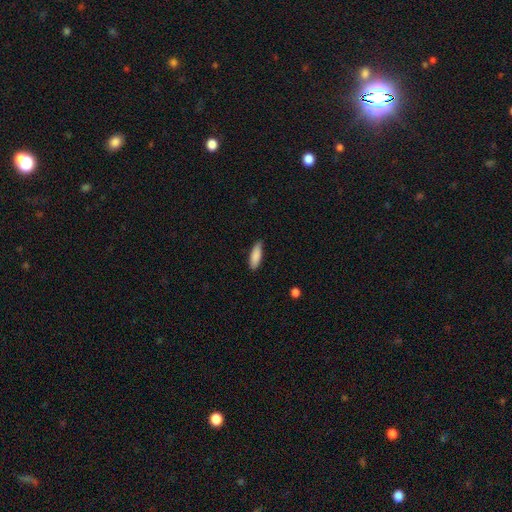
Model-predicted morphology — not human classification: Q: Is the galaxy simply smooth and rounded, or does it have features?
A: smooth — 87%.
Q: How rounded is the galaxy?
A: in between — 56%.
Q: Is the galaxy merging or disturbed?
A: none — 83%.